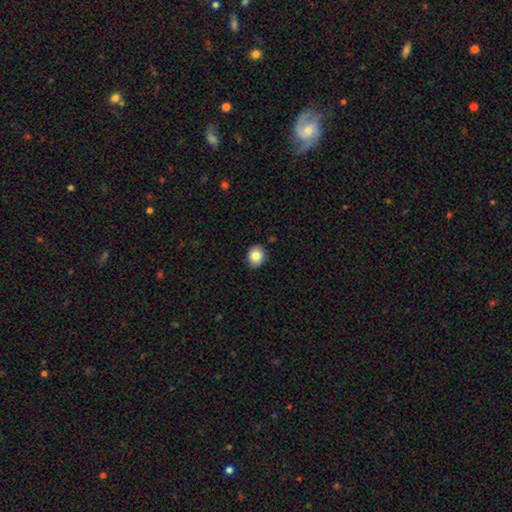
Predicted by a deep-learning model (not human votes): The model was most divided on "how rounded": round: 66%, in between: 34%, cigar-shaped: 1%. More confident: merging — none (89%); smooth or featured — smooth (84%).